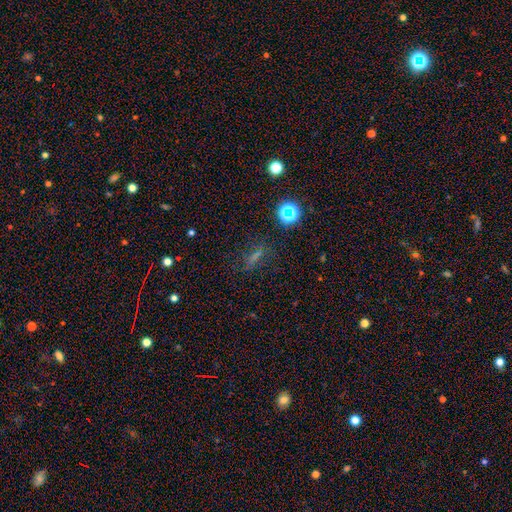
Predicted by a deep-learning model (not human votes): A smooth galaxy with no disk features (45%).

Vote fractions:
- Smooth or featured? smooth: 45% / star or artifact: 36% / featured or disk: 19%
- Merging? none: 74% / minor disturbance: 15% / major disturbance: 9% / merger: 3%